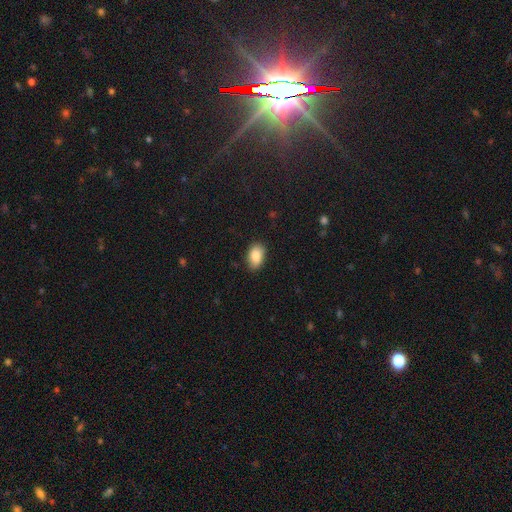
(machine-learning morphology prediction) Overall: smooth (86%). How rounded: in between (90%). Merging: none (86%).